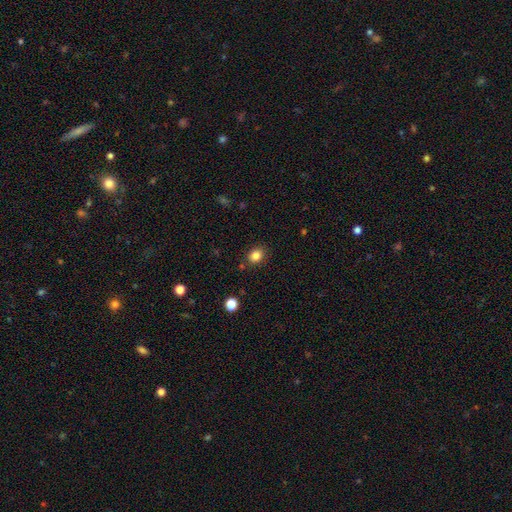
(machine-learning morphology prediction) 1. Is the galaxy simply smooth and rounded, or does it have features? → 84% smooth, 11% star or artifact, 5% featured or disk.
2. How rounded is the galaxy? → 54% round, 45% in between, 1% cigar-shaped.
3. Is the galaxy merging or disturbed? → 84% none, 11% minor disturbance, 3% merger, 3% major disturbance.